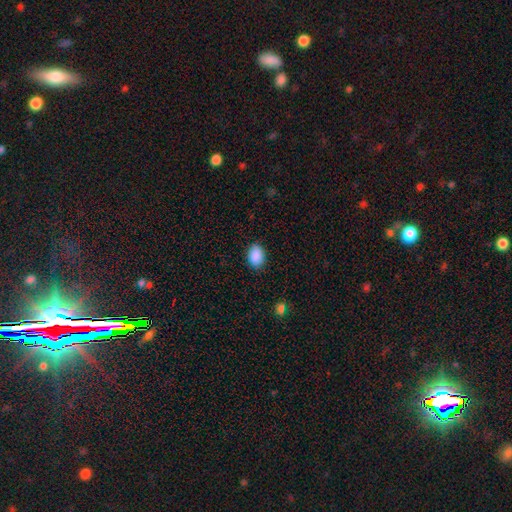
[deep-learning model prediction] The model was most divided on "how rounded": in between: 83%, round: 16%, cigar-shaped: 1%. More confident: smooth or featured — smooth (90%); merging — none (87%).